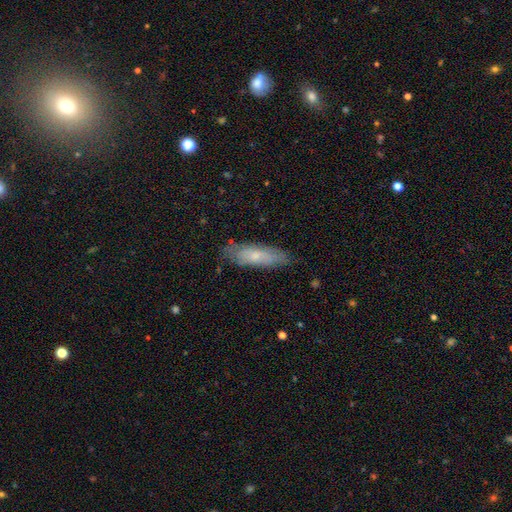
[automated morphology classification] Smooth or featured: smooth — 62% (featured or disk — 32%)
How rounded: cigar-shaped — 54% (in between — 44%)
Merging: none — 78% (minor disturbance — 17%)